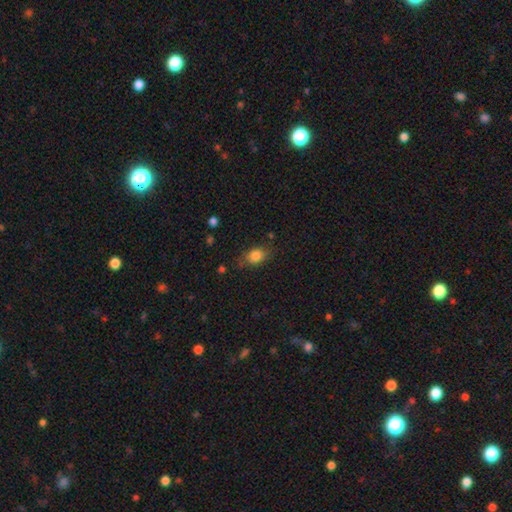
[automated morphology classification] Smooth or featured? smooth (83%)
How rounded? in between (71%)
Merging? none (73%)